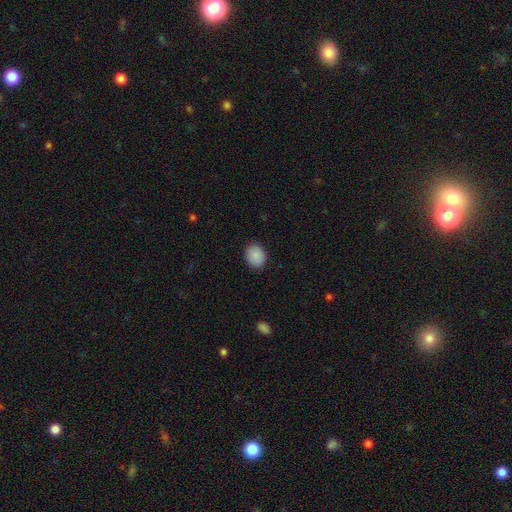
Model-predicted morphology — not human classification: smooth-or-featured: smooth: 89% | star or artifact: 8% | featured or disk: 3%
  how-rounded: round: 57% | in between: 42% | cigar-shaped: 1%
  merging: none: 89% | minor disturbance: 8% | major disturbance: 2% | merger: 1%